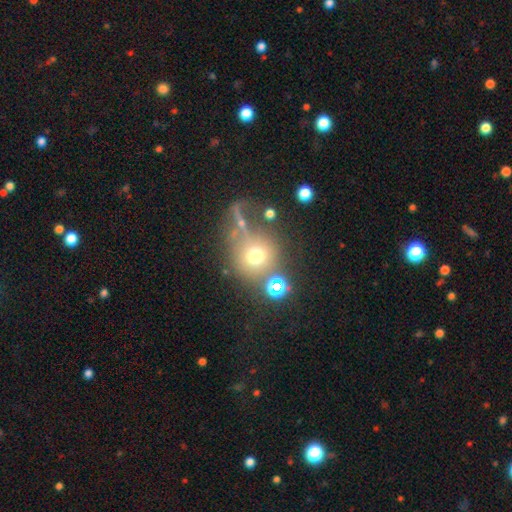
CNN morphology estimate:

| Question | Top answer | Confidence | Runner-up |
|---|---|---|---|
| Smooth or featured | smooth | 62% | star or artifact (22%) |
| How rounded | round | 90% | in between (9%) |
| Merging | none | 57% | merger (20%) |